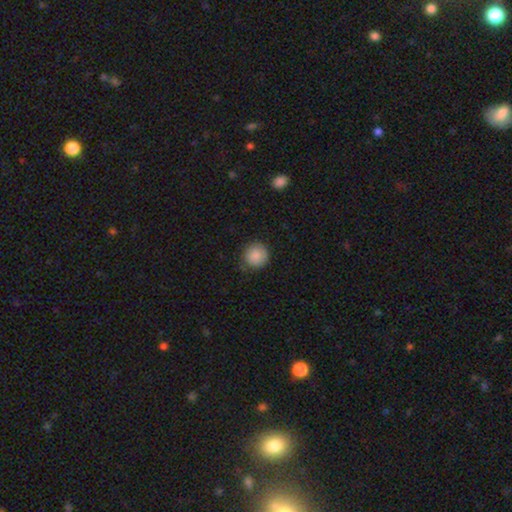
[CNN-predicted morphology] Smooth or featured: smooth — 86% (star or artifact — 8%)
How rounded: round — 93% (in between — 7%)
Merging: none — 82% (minor disturbance — 14%)